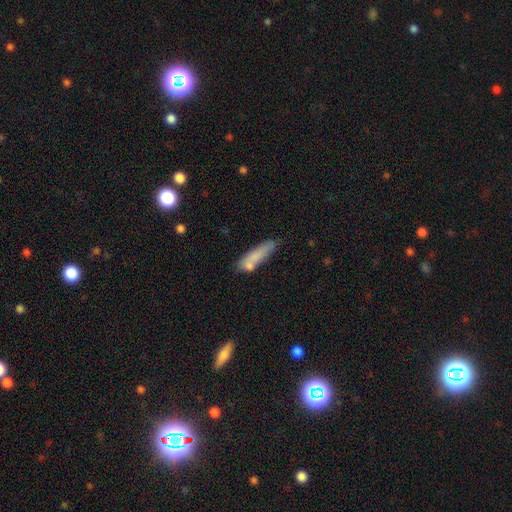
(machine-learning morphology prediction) Smooth or featured?
  - smooth: 75% *
  - featured or disk: 18%
  - star or artifact: 7%
How rounded?
  - cigar-shaped: 73% *
  - in between: 25%
  - round: 2%
Merging?
  - none: 56% *
  - minor disturbance: 23%
  - merger: 14%
  - major disturbance: 7%